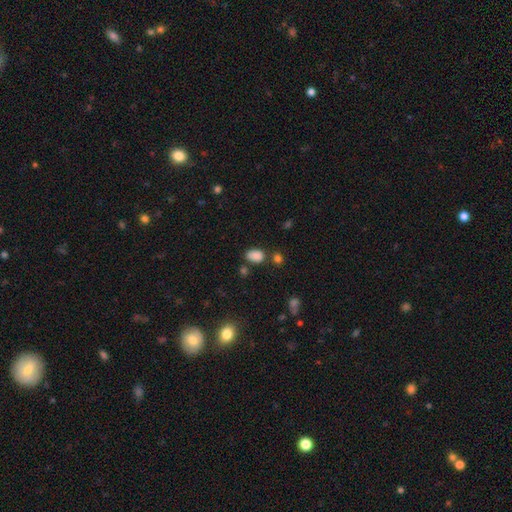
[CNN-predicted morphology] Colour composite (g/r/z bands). It shows a smooth galaxy with no disk features (84%) that is in between round and cigar-shaped (85%). Merging: none (68%).